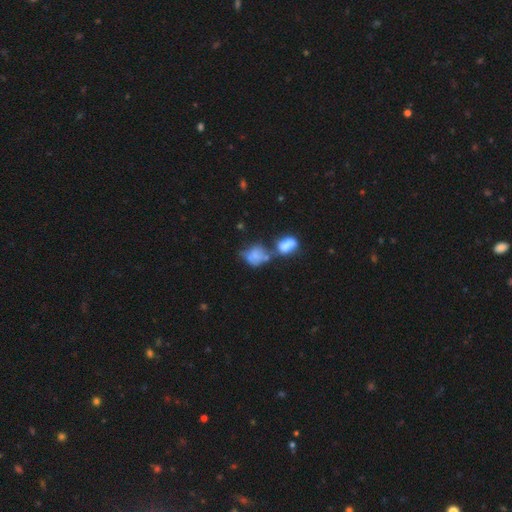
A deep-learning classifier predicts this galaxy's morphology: Overall: smooth (66%). How rounded: in between (55%; round 43%). Merging: merger (47%; none 24%).